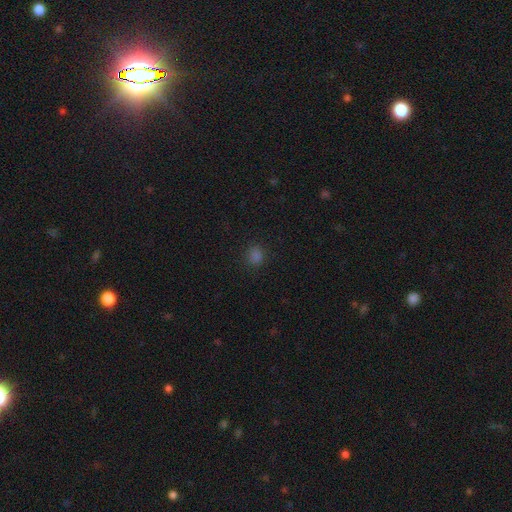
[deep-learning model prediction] A smooth galaxy with no disk features (79%) that is round (73%).

Vote fractions:
- Smooth or featured? smooth: 79% / star or artifact: 18% / featured or disk: 3%
- How rounded? round: 73% / in between: 26% / cigar-shaped: 1%
- Merging? none: 88% / minor disturbance: 8% / major disturbance: 3% / merger: 1%